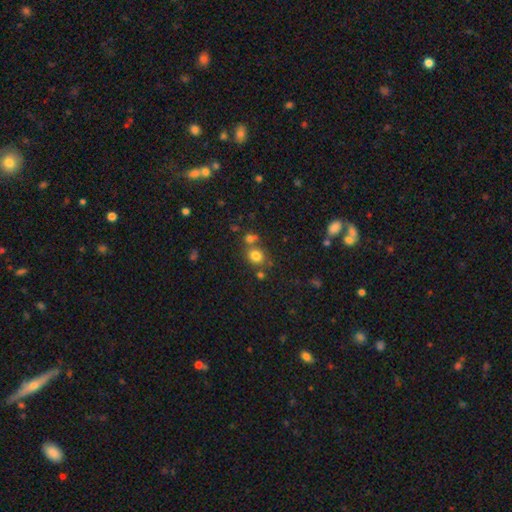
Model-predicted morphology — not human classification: Smooth or featured: smooth — 78% (star or artifact — 14%)
How rounded: round — 74% (in between — 25%)
Merging: none — 62% (merger — 24%)